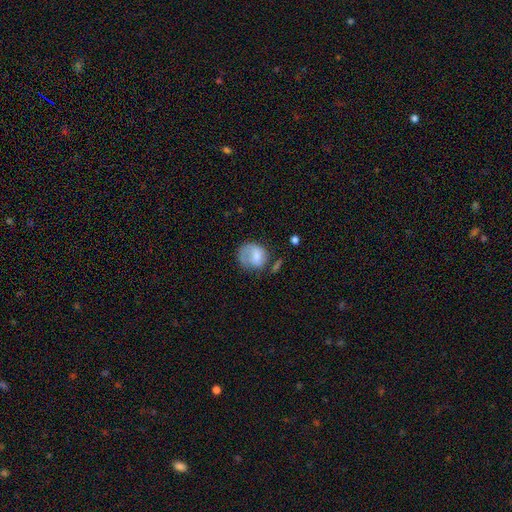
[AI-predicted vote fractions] A smooth galaxy with no disk features (62%) that is round (63%). Merging: none (41%).